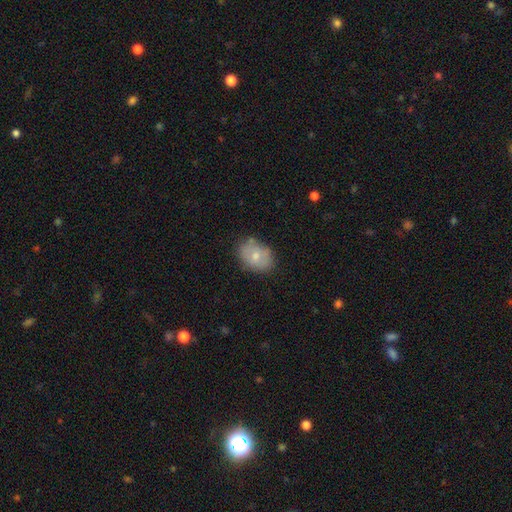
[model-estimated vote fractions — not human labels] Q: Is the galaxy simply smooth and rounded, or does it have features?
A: smooth — 68%.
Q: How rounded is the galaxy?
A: in between — 72%.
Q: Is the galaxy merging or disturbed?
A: none — 72%.